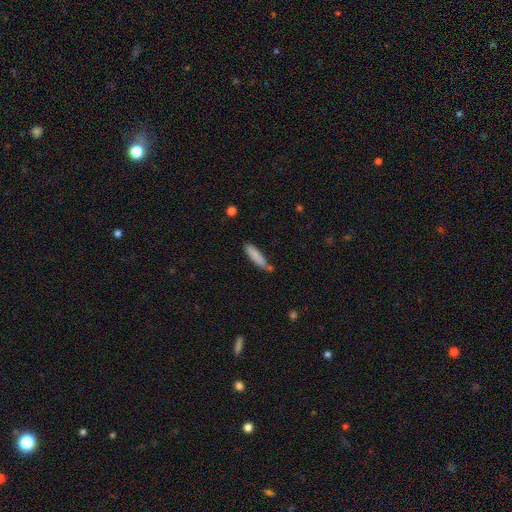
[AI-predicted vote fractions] Q: Smooth or featured?
A: smooth (82%); runner-up: featured or disk (11%)
Q: How rounded?
A: cigar-shaped (81%); runner-up: in between (18%)
Q: Merging?
A: none (61%); runner-up: minor disturbance (23%)